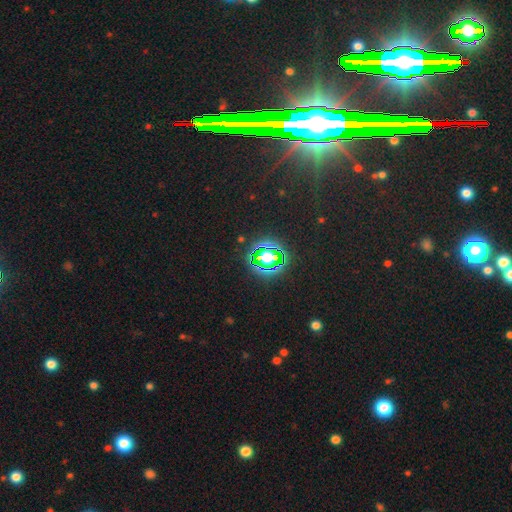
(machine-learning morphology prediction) Smooth or featured? Predicted: star or artifact (p=0.83).